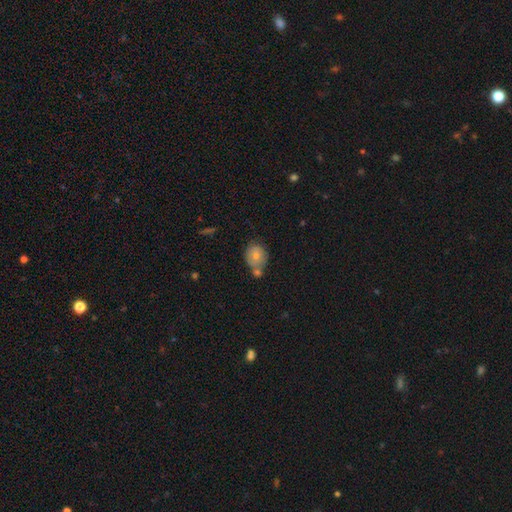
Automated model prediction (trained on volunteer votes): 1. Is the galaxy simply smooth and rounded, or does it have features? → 69% smooth, 22% featured or disk, 9% star or artifact.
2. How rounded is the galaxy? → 63% round, 36% in between, 1% cigar-shaped.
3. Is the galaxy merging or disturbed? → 46% none, 31% merger, 18% minor disturbance, 5% major disturbance.